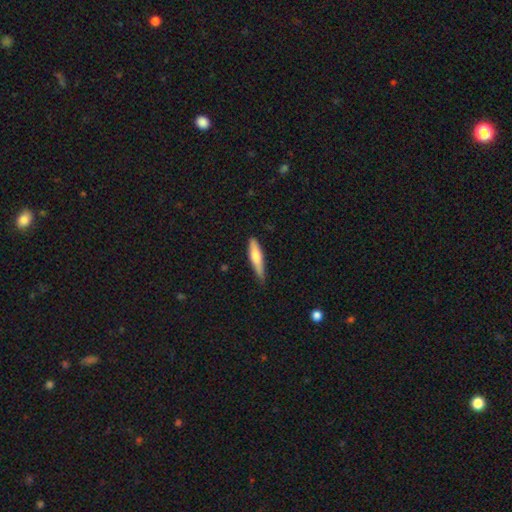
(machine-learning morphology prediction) The model was most divided on "smooth or featured": smooth: 68%, featured or disk: 27%, star or artifact: 5%. More confident: how rounded — cigar-shaped (78%); merging — none (70%).